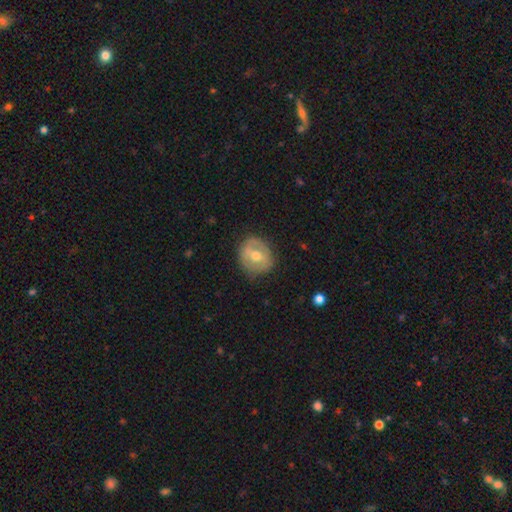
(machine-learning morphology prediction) Smooth or featured?
  - featured or disk: 50% *
  - smooth: 43%
  - star or artifact: 7%
Edge-on disk?
  - no: 94% *
  - yes: 6%
Merging?
  - none: 80% *
  - minor disturbance: 15%
  - major disturbance: 4%
  - merger: 1%